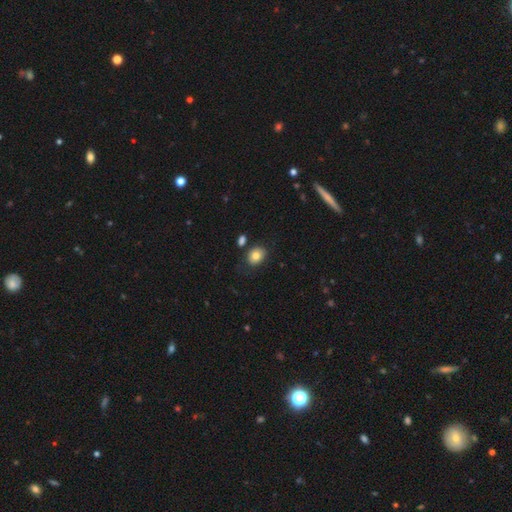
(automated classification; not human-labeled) smooth-or-featured: smooth: 81% | featured or disk: 10% | star or artifact: 9%
  how-rounded: in between: 54% | round: 45% | cigar-shaped: 1%
  merging: none: 77% | minor disturbance: 13% | merger: 6% | major disturbance: 4%